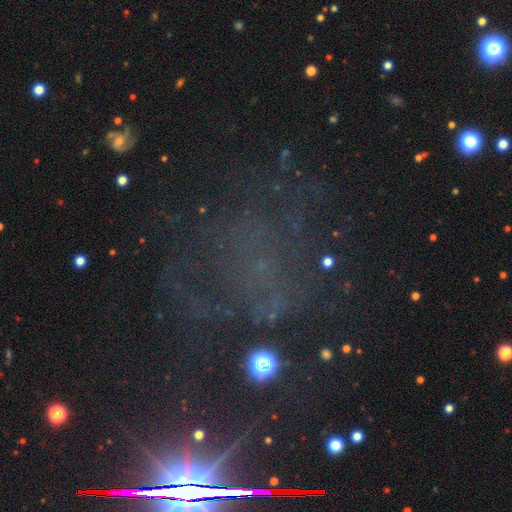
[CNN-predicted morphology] The model was most divided on "smooth or featured": star or artifact: 55%, featured or disk: 26%, smooth: 18%.